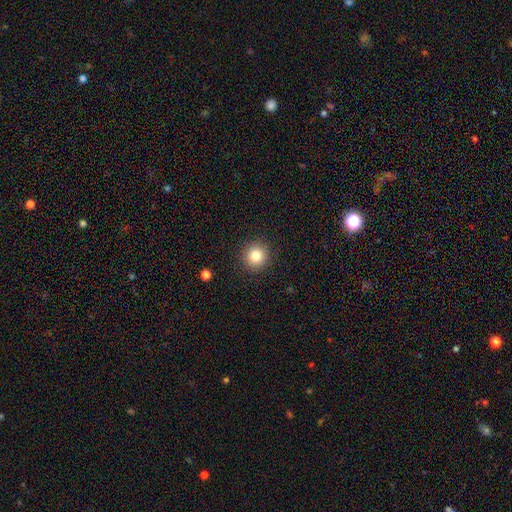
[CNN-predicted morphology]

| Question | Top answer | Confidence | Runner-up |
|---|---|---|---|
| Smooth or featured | smooth | 82% | star or artifact (11%) |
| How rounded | round | 93% | in between (7%) |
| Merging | none | 91% | minor disturbance (6%) |